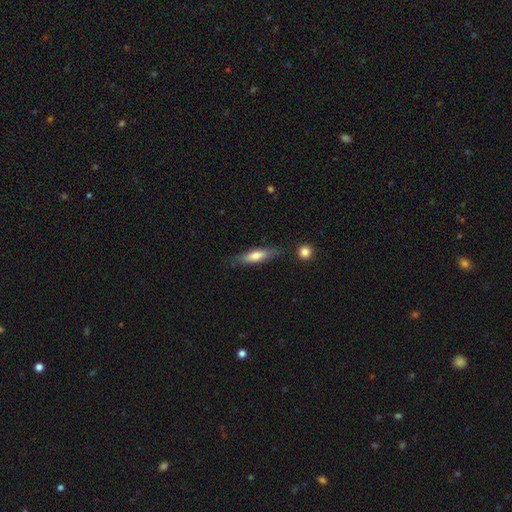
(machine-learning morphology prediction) Smooth or featured: smooth — 63% (featured or disk — 31%)
How rounded: cigar-shaped — 71% (in between — 27%)
Merging: none — 78% (minor disturbance — 15%)